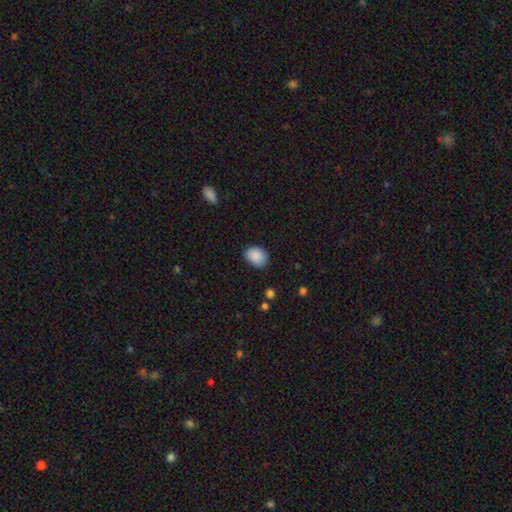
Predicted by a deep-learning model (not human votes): Overall: smooth (88%). How rounded: in between (67%; round 32%). Merging: none (77%).